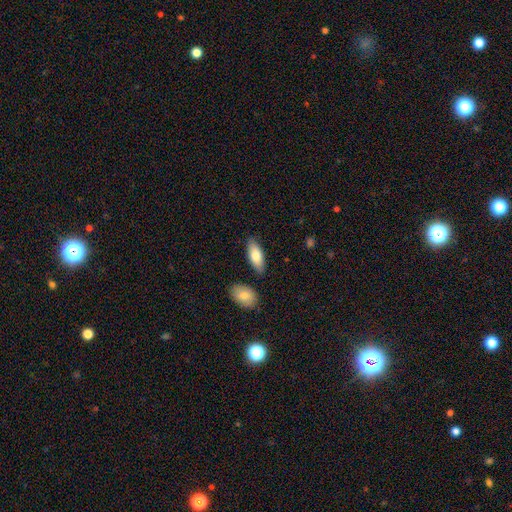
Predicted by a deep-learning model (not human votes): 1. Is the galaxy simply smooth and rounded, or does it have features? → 78% smooth, 16% featured or disk, 6% star or artifact.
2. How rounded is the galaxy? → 81% in between, 17% cigar-shaped, 2% round.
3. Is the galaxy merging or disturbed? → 82% none, 11% minor disturbance, 5% merger, 2% major disturbance.